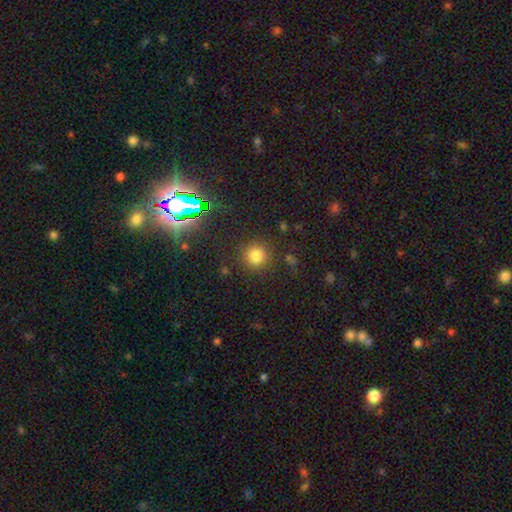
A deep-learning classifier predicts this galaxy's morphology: Overall: smooth (78%). How rounded: round (93%). Merging: none (86%).